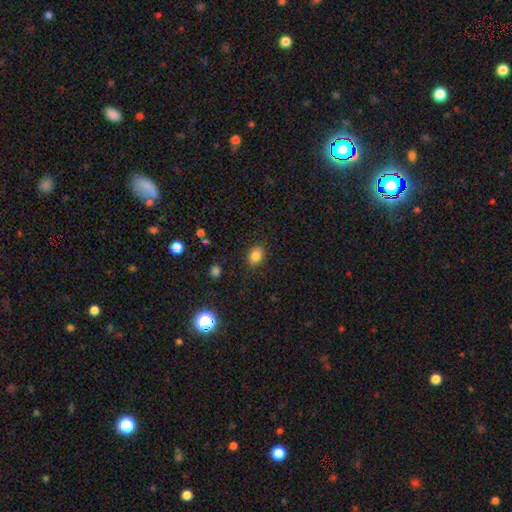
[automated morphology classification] type=smooth (84%); roundness=in between (68%); merging=none (87%).